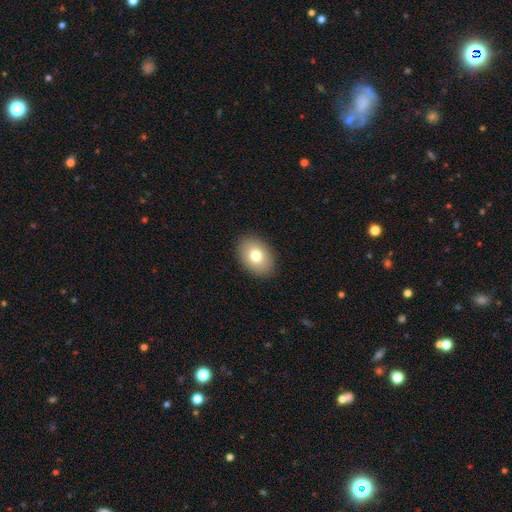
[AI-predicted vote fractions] smooth_or_featured: smooth (p=0.78) [alt: featured or disk p=0.14]
how_rounded: in between (p=0.78) [alt: round p=0.21]
merging: none (p=0.90) [alt: minor disturbance p=0.07]